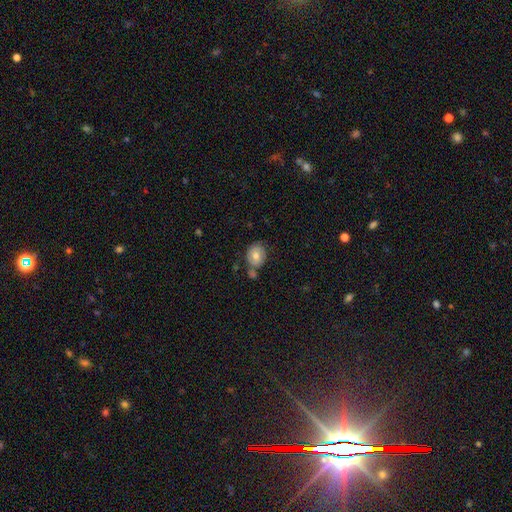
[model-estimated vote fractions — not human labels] Smooth or featured? smooth (61%)
How rounded? in between (54%)
Merging? none (56%)